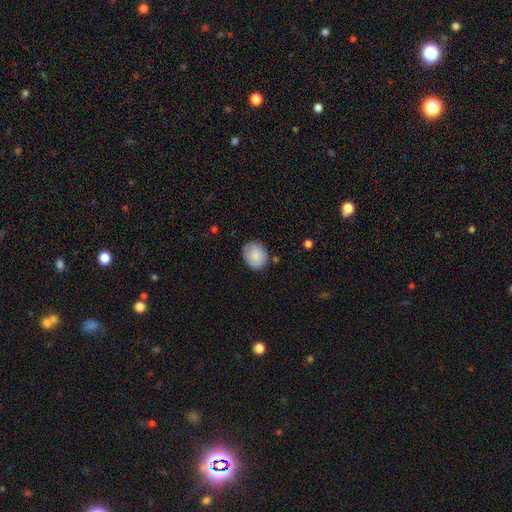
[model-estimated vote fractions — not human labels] Smooth or featured: smooth — 87% (star or artifact — 7%)
How rounded: round — 63% (in between — 36%)
Merging: none — 79% (minor disturbance — 15%)